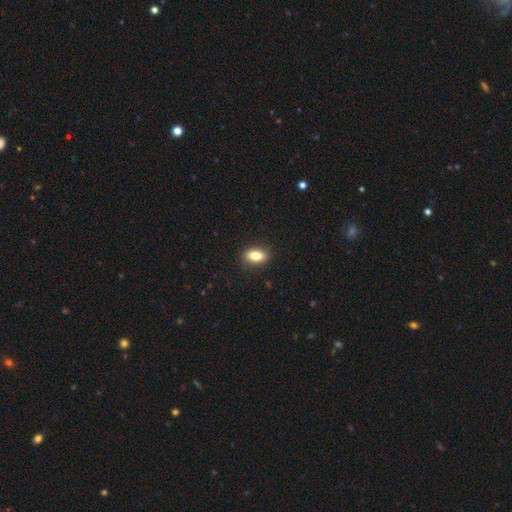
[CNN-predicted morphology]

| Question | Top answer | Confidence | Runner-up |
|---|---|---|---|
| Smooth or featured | smooth | 82% | featured or disk (10%) |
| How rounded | in between | 86% | round (8%) |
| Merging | none | 88% | minor disturbance (9%) |